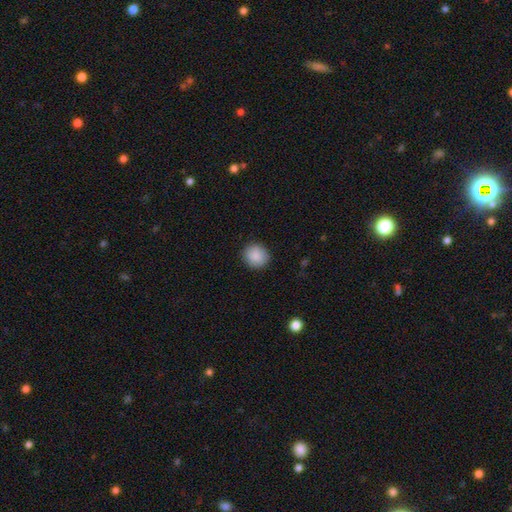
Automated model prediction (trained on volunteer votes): smooth-or-featured: smooth: 88% | star or artifact: 7% | featured or disk: 5%
  how-rounded: round: 86% | in between: 13% | cigar-shaped: 1%
  merging: none: 88% | minor disturbance: 8% | major disturbance: 2% | merger: 1%